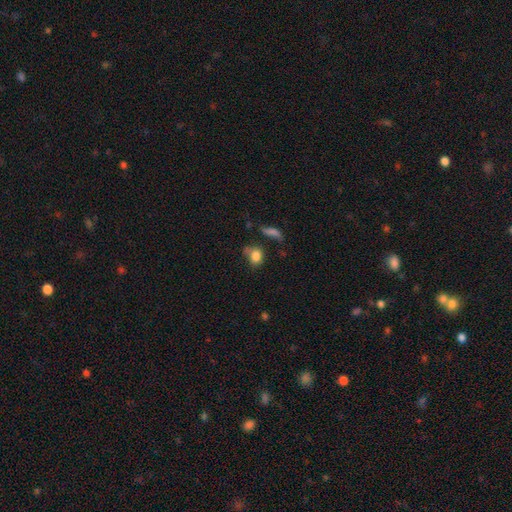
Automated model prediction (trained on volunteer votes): A smooth galaxy with no disk features (81%) that is in between round and cigar-shaped (57%).

Vote fractions:
- Smooth or featured? smooth: 81% / star or artifact: 10% / featured or disk: 9%
- How rounded? in between: 57% / round: 41% / cigar-shaped: 2%
- Merging? none: 51% / minor disturbance: 26% / merger: 12% / major disturbance: 11%